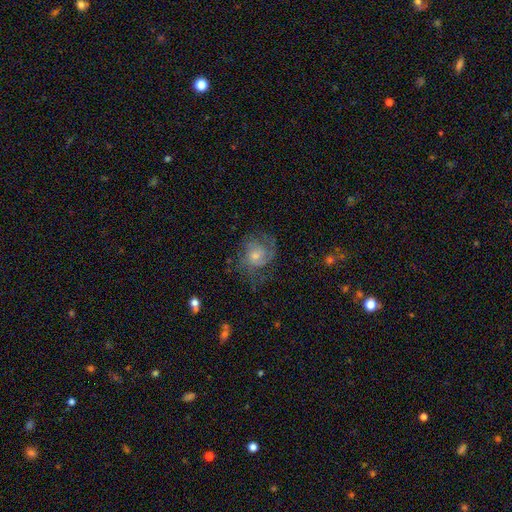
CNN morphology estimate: type=featured or disk (65%); edge-on=no (97%); bar=no (74%); spiral arms=yes (85%); winding=tight (41%, tied with medium); arm count=can't tell (36%); bulge=small (50%); merging=none (59%).